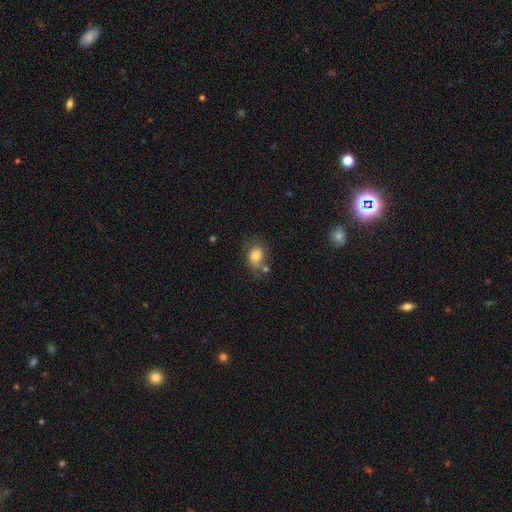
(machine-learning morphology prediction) Overall: smooth (69%). How rounded: in between (60%; round 39%). Merging: none (50%; minor disturbance 25%).